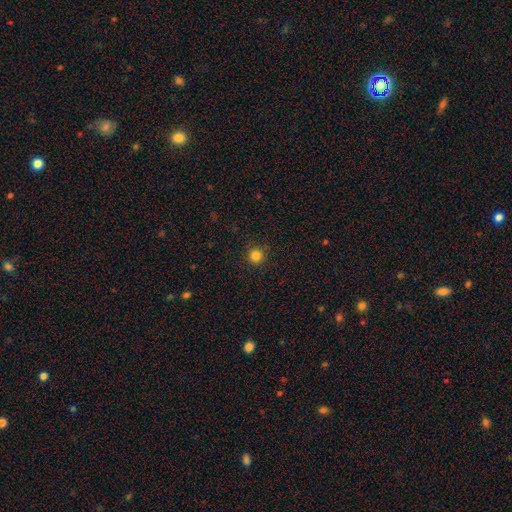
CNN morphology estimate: The model was most divided on "smooth or featured": smooth: 84%, star or artifact: 12%, featured or disk: 4%. More confident: how rounded — round (95%); merging — none (91%).